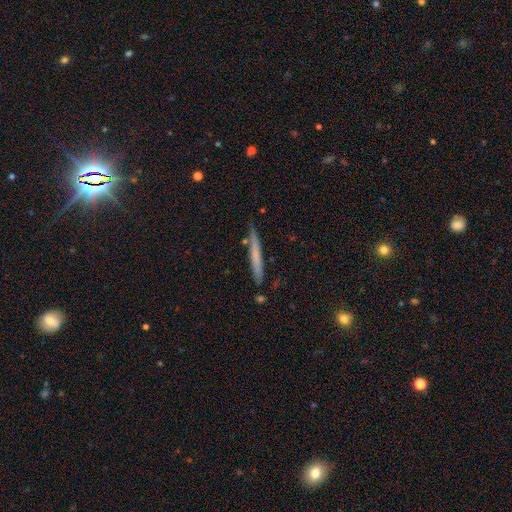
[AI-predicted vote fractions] smooth-or-featured: smooth: 61% | featured or disk: 33% | star or artifact: 6%
  how-rounded: cigar-shaped: 96% | in between: 2% | round: 1%
  merging: none: 83% | minor disturbance: 12% | merger: 3% | major disturbance: 2%